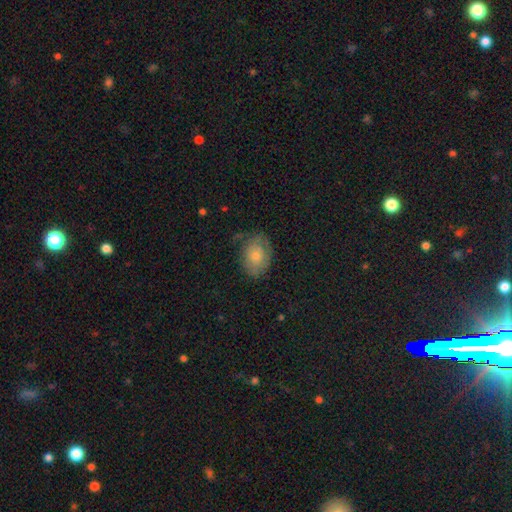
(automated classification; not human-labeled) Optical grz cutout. It shows a smooth galaxy with no disk features (54%) that is in between round and cigar-shaped (74%). Merging: none (68%).